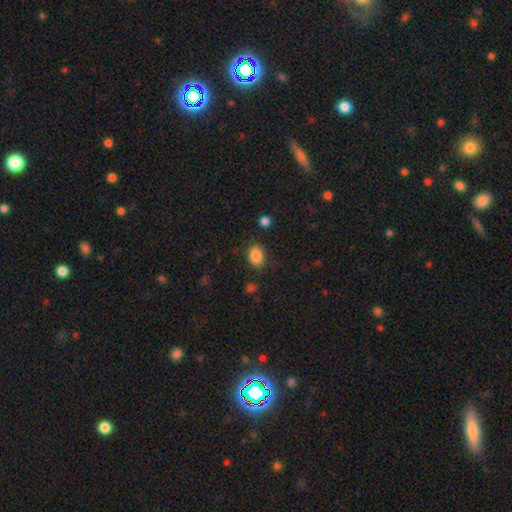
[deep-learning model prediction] smooth 87%, star or artifact 9%, featured or disk 4%. Down the decision tree: how rounded — in between (78%); merging — none (83%).